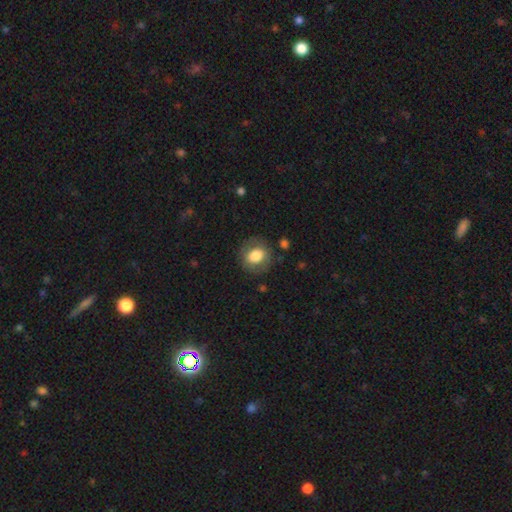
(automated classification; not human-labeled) The model was most divided on "how rounded": round: 74%, in between: 25%, cigar-shaped: 1%. More confident: merging — none (81%); smooth or featured — smooth (75%).